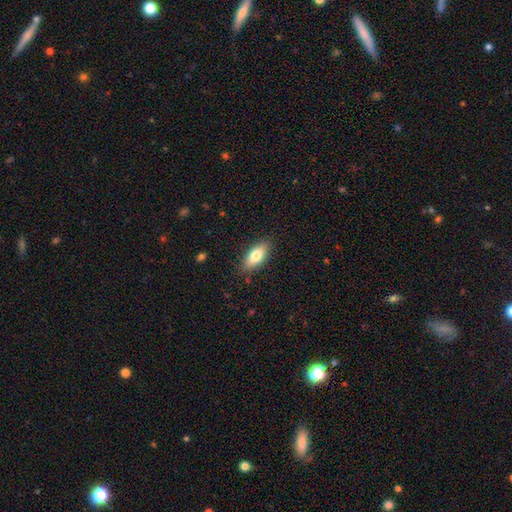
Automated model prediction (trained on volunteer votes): Overall: smooth (77%). How rounded: in between (83%). Merging: none (86%).